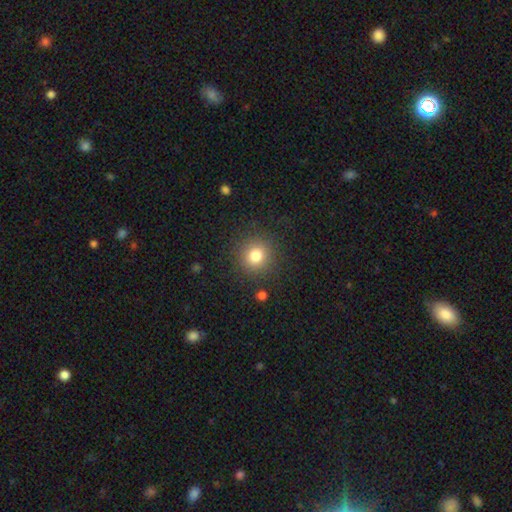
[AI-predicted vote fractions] smooth 80%, star or artifact 12%, featured or disk 8%. Down the decision tree: how rounded — round (91%); merging — none (88%).